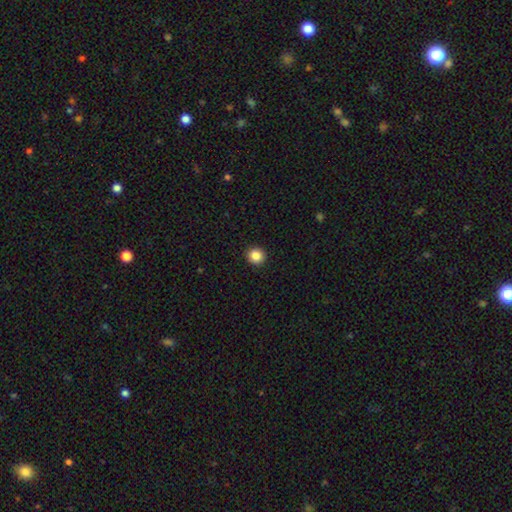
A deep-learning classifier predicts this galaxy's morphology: smooth_or_featured: smooth (p=0.86) [alt: star or artifact p=0.10]
how_rounded: round (p=0.91) [alt: in between p=0.08]
merging: none (p=0.93) [alt: minor disturbance p=0.05]